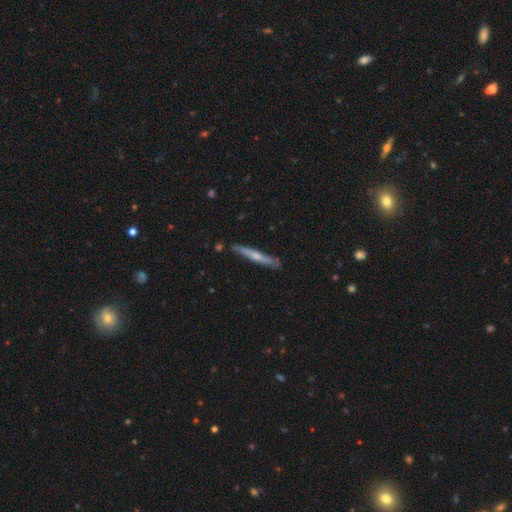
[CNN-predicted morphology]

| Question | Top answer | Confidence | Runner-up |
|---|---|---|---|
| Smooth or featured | featured or disk | 51% | smooth (44%) |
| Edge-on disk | yes | 94% | no (6%) |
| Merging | none | 85% | minor disturbance (11%) |